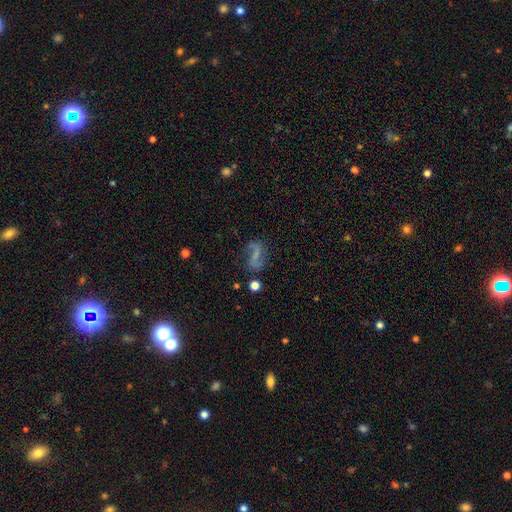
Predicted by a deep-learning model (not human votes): The model was most divided on "bar" (2-way tie): strong: 36%, weak: 36%, no: 29%. More confident: edge-on disk — no (96%); spiral arm count — 2 (86%); spiral arms — yes (82%); spiral winding — loose (71%); smooth or featured — featured or disk (64%); bulge size — none (62%); merging — none (61%).